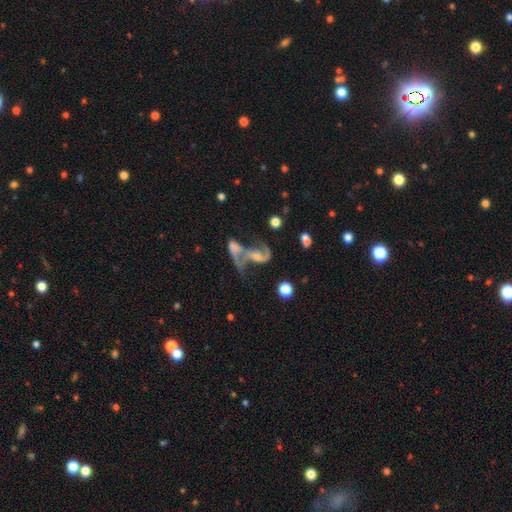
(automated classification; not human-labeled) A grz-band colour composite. It shows a featured or disk galaxy (78%) with no bar (48%), 2 (83%) loose (70%) spiral arms (88%) and a small central bulge (43%). Merging: merger (43%).